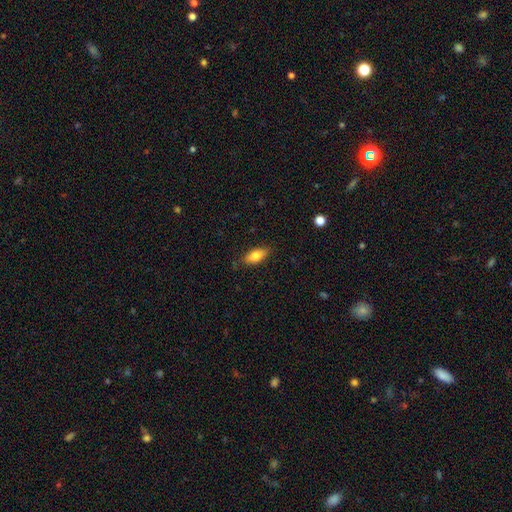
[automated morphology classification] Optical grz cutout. It shows a smooth galaxy with no disk features (77%) that is in between round and cigar-shaped (80%). Merging: none (83%).